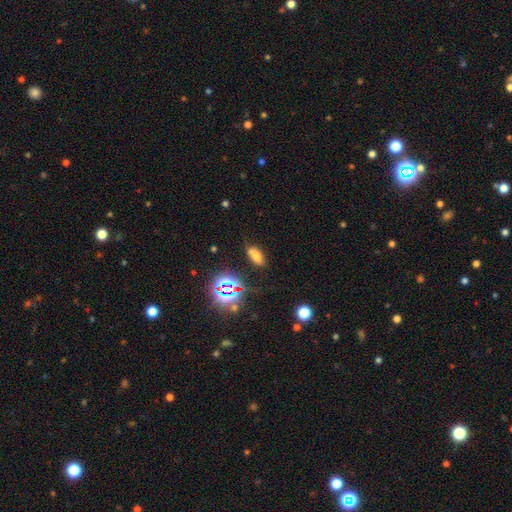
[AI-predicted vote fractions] Q: Smooth or featured?
A: smooth (58%); runner-up: star or artifact (27%)
Q: How rounded?
A: in between (83%); runner-up: cigar-shaped (10%)
Q: Merging?
A: none (68%); runner-up: minor disturbance (18%)